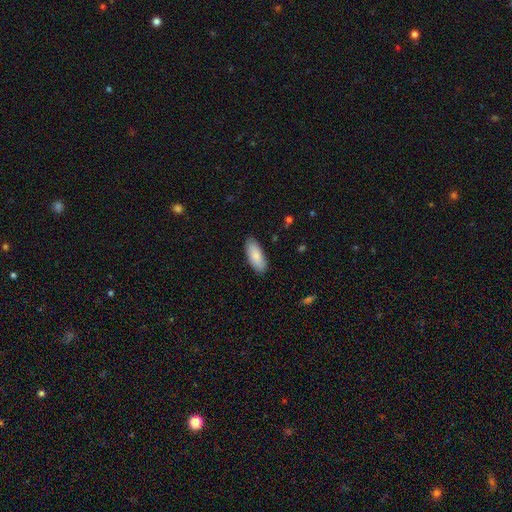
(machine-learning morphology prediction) Smooth or featured? smooth (85%)
How rounded? in between (81%)
Merging? none (87%)